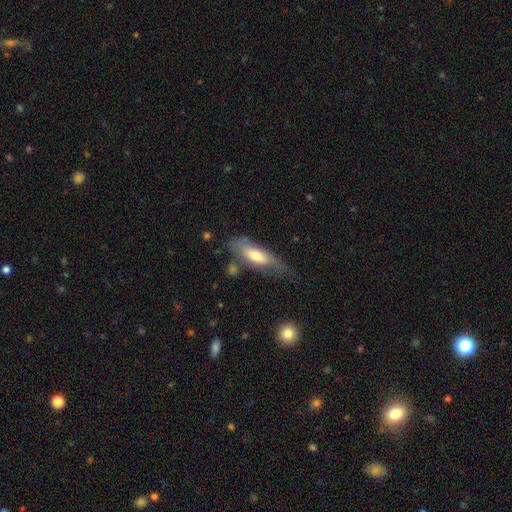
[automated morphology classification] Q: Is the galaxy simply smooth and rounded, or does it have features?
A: smooth — 56%.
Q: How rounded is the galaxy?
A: in between — 55%.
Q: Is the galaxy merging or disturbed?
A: none — 47%.